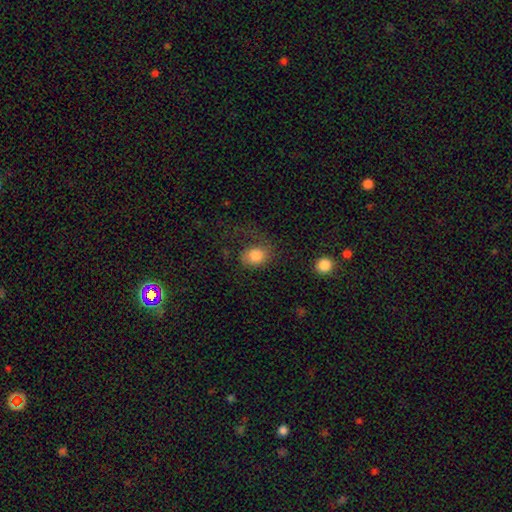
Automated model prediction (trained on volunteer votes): Morphology: type=smooth (81%); roundness=in between (52%); merging=none (49%).